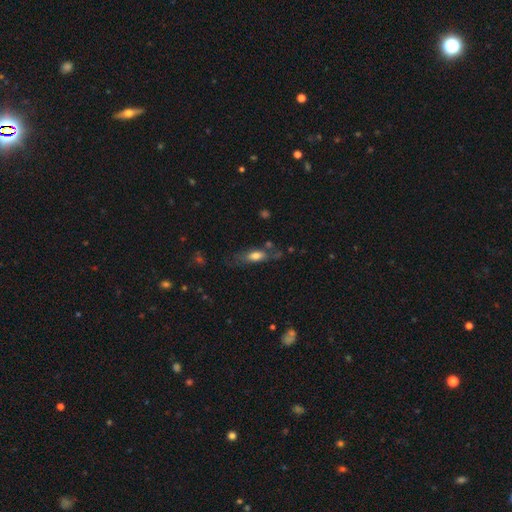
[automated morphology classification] smooth 64%, featured or disk 28%, star or artifact 8%. Down the decision tree: how rounded — in between (64%); merging — none (54%).